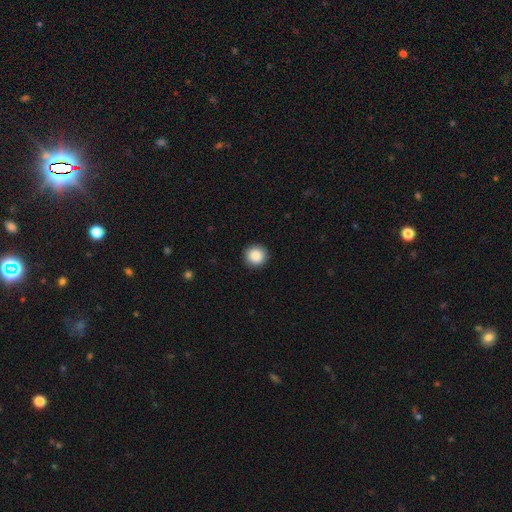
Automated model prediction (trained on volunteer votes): Smooth or featured?
  - smooth: 89% *
  - star or artifact: 8%
  - featured or disk: 3%
How rounded?
  - round: 95% *
  - in between: 4%
  - cigar-shaped: 1%
Merging?
  - none: 92% *
  - minor disturbance: 6%
  - major disturbance: 2%
  - merger: 1%